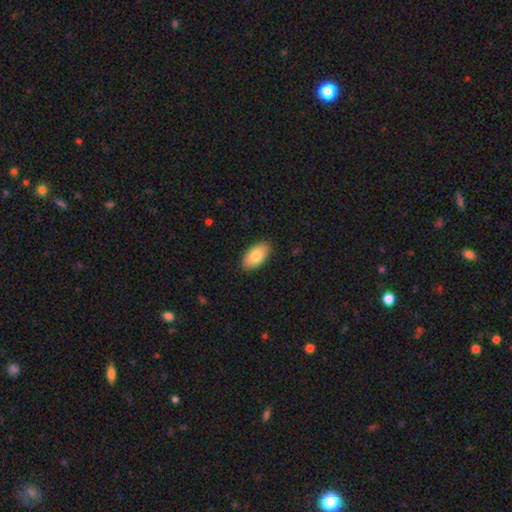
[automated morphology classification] Smooth or featured? smooth (82%)
How rounded? in between (95%)
Merging? none (88%)